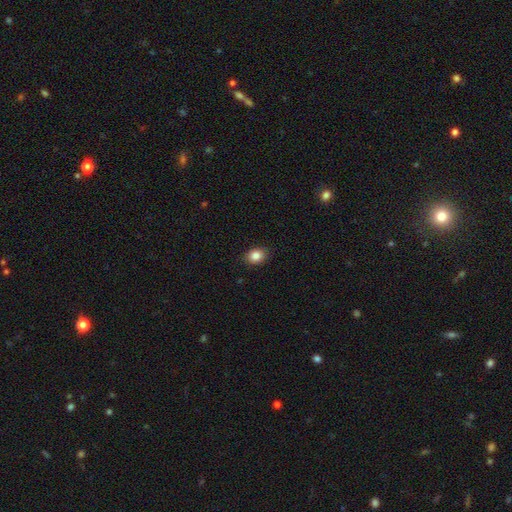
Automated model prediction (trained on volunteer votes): Overall: smooth (85%). How rounded: in between (59%; round 40%). Merging: none (87%).